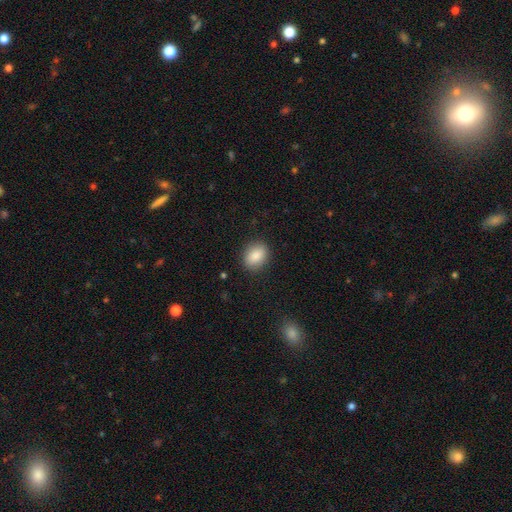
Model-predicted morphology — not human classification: smooth-or-featured: smooth: 87% | star or artifact: 8% | featured or disk: 5%
  how-rounded: in between: 67% | round: 32% | cigar-shaped: 1%
  merging: none: 87% | minor disturbance: 9% | major disturbance: 3% | merger: 1%